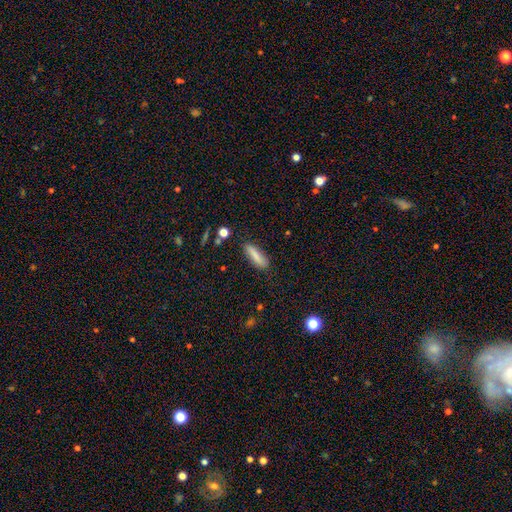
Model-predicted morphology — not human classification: This is clearly a smooth galaxy (81%). How rounded: likely cigar-shaped (65%). Merging: clearly none (83%).